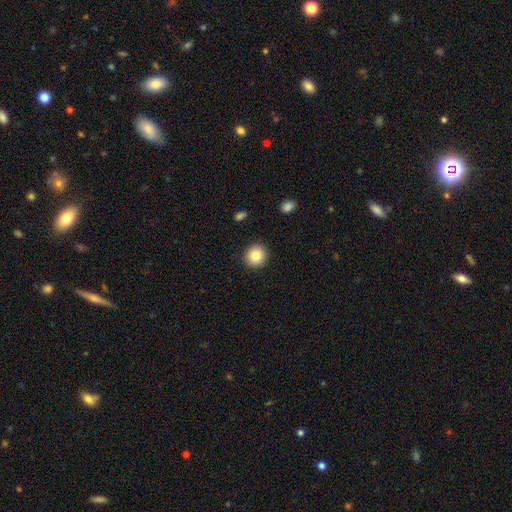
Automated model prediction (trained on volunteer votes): smooth_or_featured: smooth (p=0.83) [alt: star or artifact p=0.10]
how_rounded: round (p=0.90) [alt: in between p=0.09]
merging: none (p=0.91) [alt: minor disturbance p=0.06]